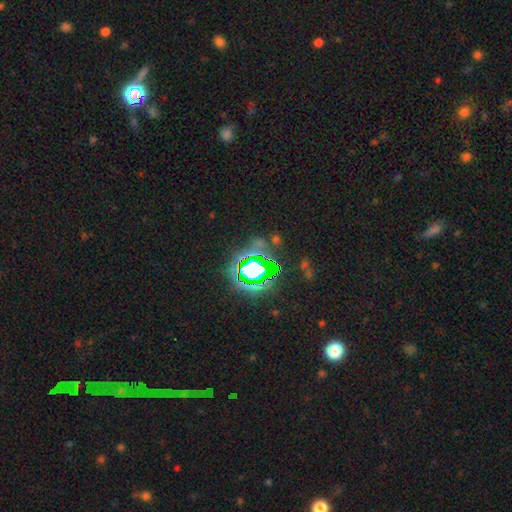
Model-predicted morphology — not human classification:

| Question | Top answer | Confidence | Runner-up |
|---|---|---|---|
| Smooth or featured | star or artifact | 82% | smooth (11%) |